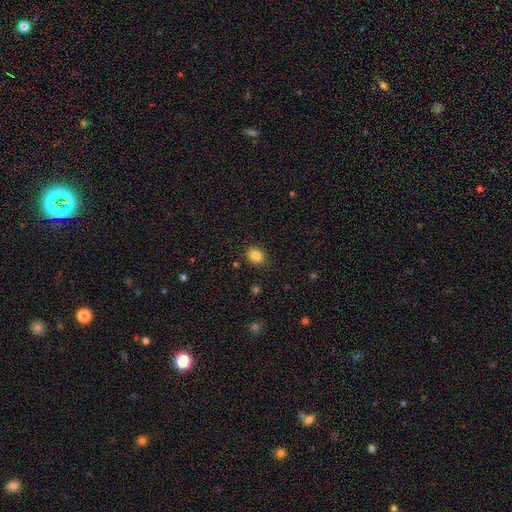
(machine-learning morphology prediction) smooth 84%, star or artifact 10%, featured or disk 6%. Down the decision tree: how rounded — round (59%); merging — none (85%).